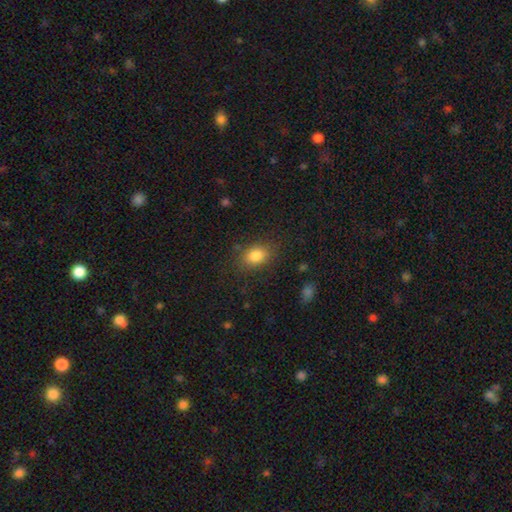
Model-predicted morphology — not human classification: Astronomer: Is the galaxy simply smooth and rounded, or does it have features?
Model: smooth — 84%.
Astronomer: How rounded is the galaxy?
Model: in between — 72%.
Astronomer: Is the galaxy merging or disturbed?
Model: none — 79%.